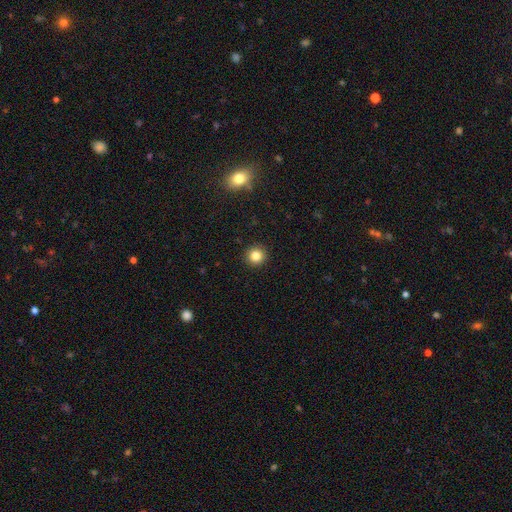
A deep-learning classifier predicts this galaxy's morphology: Smooth or featured? Predicted: smooth (p=0.83). How rounded? Predicted: round (p=0.95). Merging? Predicted: none (p=0.93).